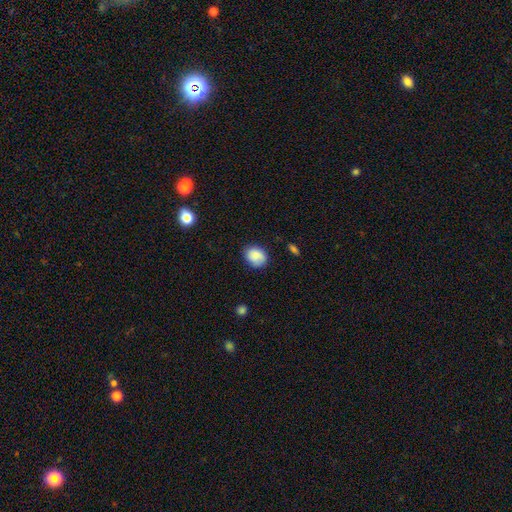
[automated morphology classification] Smooth or featured? smooth (83%)
How rounded? in between (51%)
Merging? none (76%)